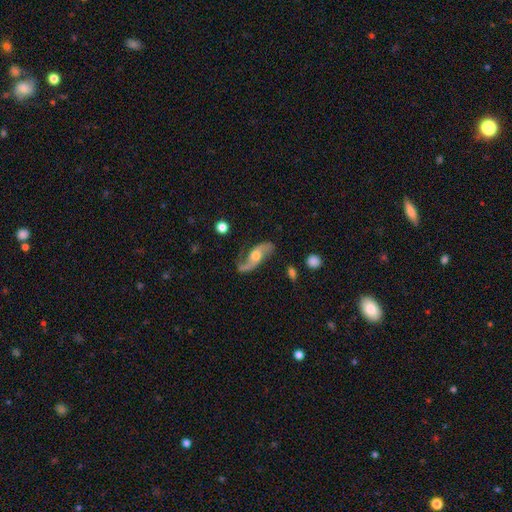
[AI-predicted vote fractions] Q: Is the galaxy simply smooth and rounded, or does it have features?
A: featured or disk — 83%.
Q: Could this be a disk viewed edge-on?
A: no — 90%.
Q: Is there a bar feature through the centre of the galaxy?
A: no — 58%.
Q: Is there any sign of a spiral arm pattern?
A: yes — 95%.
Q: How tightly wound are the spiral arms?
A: loose — 70%.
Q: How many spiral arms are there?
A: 2 — 88%.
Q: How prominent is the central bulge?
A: moderate — 64%.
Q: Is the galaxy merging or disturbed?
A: none — 66%.